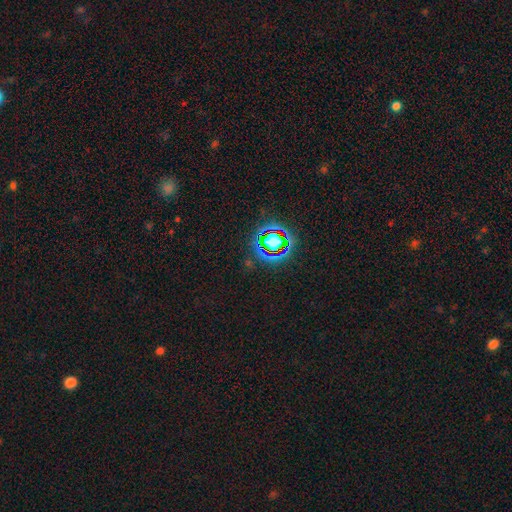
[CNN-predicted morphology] A star or artifact, not a galaxy (78%).